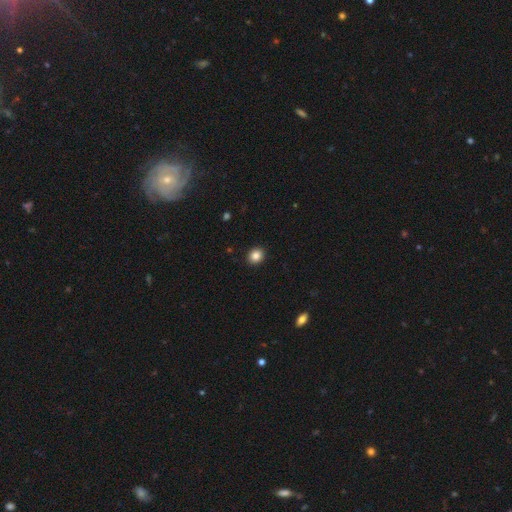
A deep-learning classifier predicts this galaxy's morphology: Overall: smooth (85%). How rounded: round (72%). Merging: none (92%).